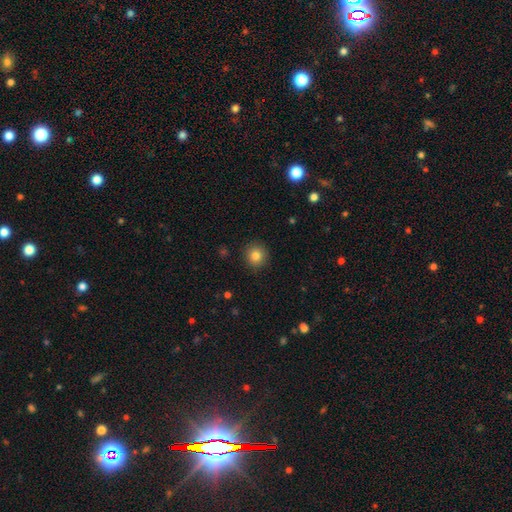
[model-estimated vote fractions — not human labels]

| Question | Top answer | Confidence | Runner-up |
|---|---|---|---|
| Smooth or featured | smooth | 83% | star or artifact (11%) |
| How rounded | round | 91% | in between (8%) |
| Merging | none | 91% | minor disturbance (6%) |